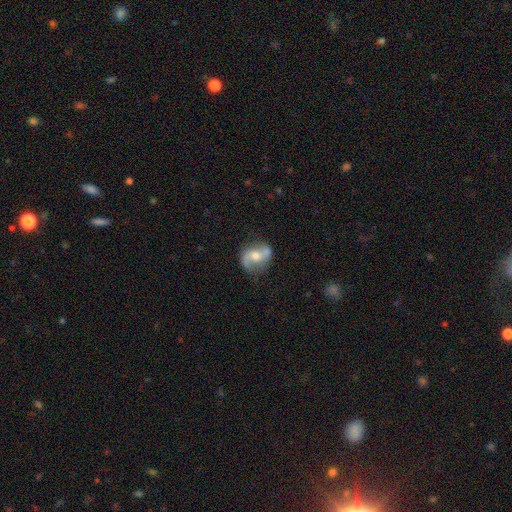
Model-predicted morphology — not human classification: A featured or disk galaxy (75%) with no bar (47%), 2 (89%) loose (54%) spiral arms (92%) and a moderate central bulge (66%). Merging: none (69%).